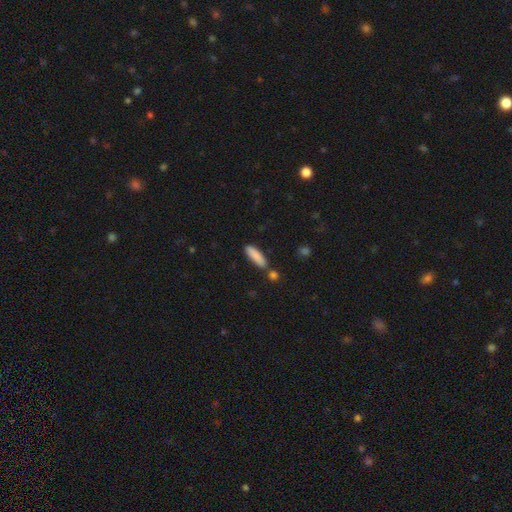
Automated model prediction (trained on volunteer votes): Overall: smooth (87%). How rounded: cigar-shaped (61%; in between 37%). Merging: none (78%).